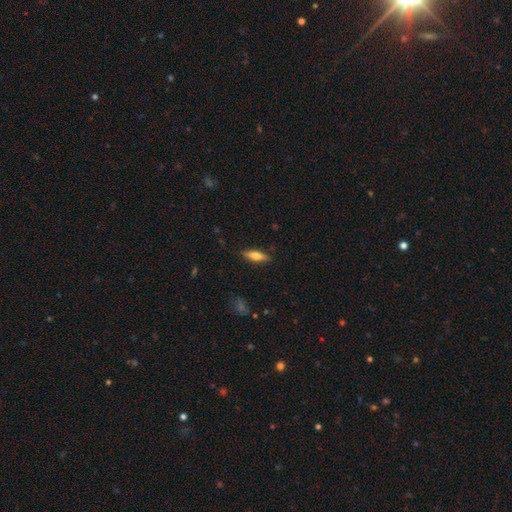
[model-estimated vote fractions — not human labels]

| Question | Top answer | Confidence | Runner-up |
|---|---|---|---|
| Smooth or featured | smooth | 55% | featured or disk (38%) |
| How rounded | cigar-shaped | 58% | in between (40%) |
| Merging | none | 87% | minor disturbance (10%) |